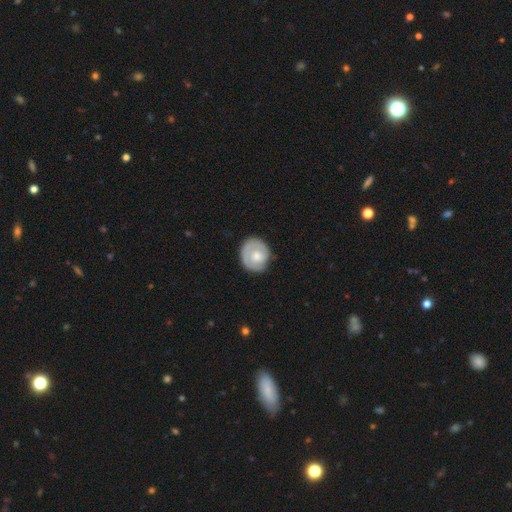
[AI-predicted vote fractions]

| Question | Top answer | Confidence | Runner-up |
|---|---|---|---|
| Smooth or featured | featured or disk | 48% | smooth (47%) |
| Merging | none | 72% | minor disturbance (20%) |